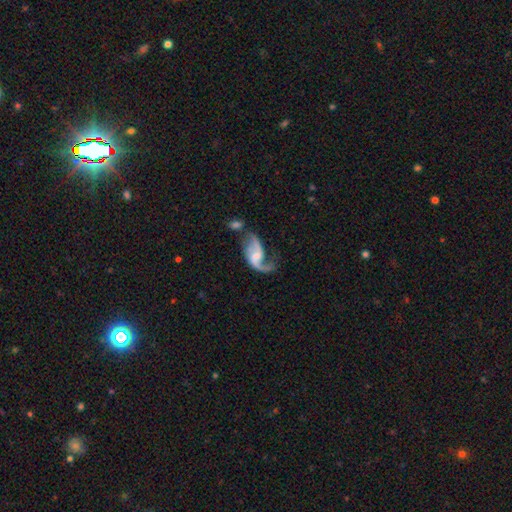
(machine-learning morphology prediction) The model was most divided on "bar": weak: 45%, no: 44%, strong: 11%. Remaining: edge-on disk — no (97%); spiral arms — yes (94%); smooth or featured — featured or disk (85%); spiral arm count — 2 (80%); spiral winding — loose (78%); bulge size — small (41%); merging — none (36%).